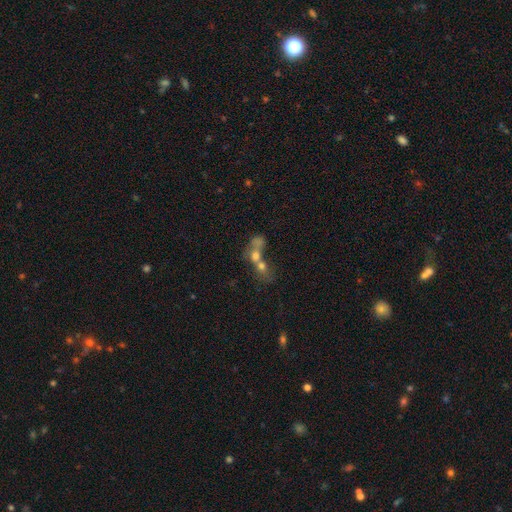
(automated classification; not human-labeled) Morphology: type=smooth (52%); roundness=in between (48%); merging=merger (68%).